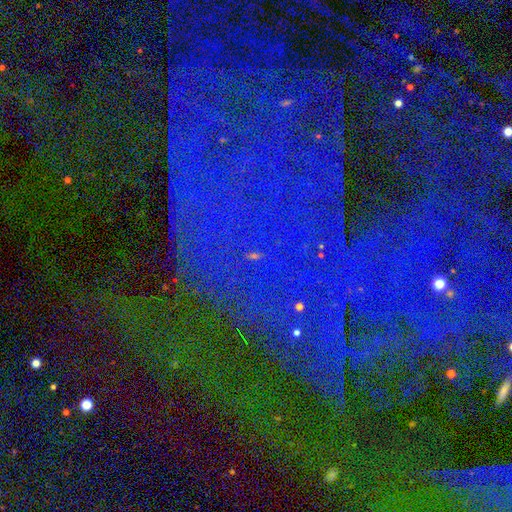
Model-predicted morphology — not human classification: The model was most divided on "smooth or featured": star or artifact: 85%, smooth: 8%, featured or disk: 8%.